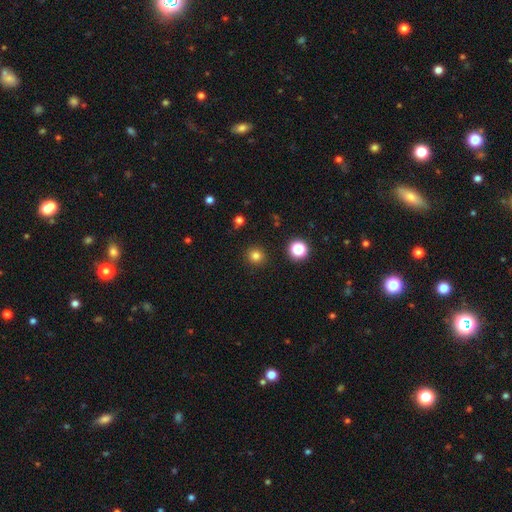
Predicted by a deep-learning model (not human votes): Smooth or featured?
  - smooth: 80% *
  - star or artifact: 15%
  - featured or disk: 5%
How rounded?
  - round: 93% *
  - in between: 6%
  - cigar-shaped: 1%
Merging?
  - none: 91% *
  - minor disturbance: 5%
  - major disturbance: 2%
  - merger: 2%